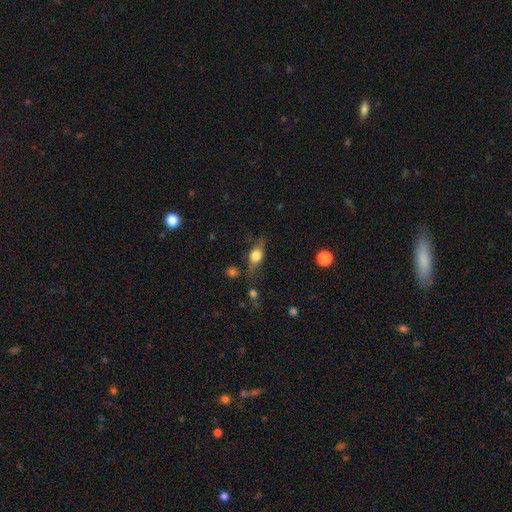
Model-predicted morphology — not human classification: This appears to be a smooth galaxy with no disk features (56%) that is in between round and cigar-shaped (64%). Merging: none (64%).